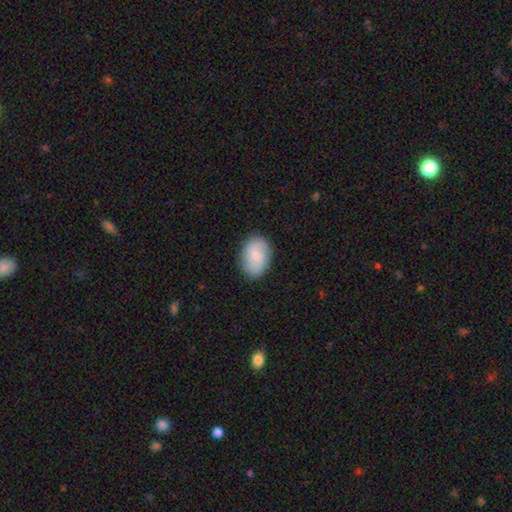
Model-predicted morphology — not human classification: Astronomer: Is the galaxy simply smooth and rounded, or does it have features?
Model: smooth — 72%.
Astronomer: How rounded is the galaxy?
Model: in between — 75%.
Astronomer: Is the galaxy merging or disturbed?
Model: none — 85%.